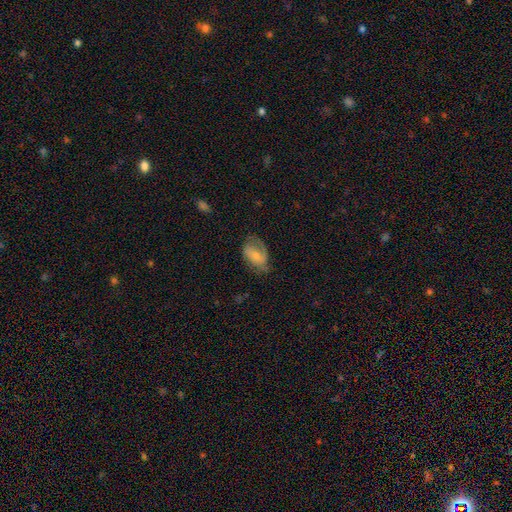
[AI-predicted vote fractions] smooth_or_featured: smooth (p=0.47) [alt: featured or disk p=0.46]
merging: none (p=0.49) [alt: minor disturbance p=0.30]